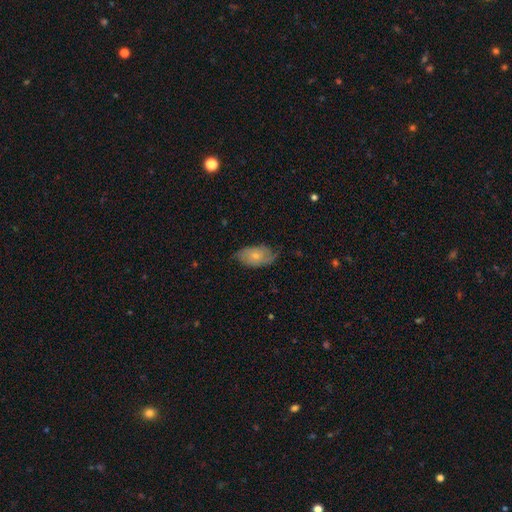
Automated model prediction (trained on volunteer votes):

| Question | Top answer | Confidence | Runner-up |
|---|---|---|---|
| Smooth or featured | smooth | 60% | featured or disk (34%) |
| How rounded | in between | 92% | round (6%) |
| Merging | none | 62% | minor disturbance (29%) |